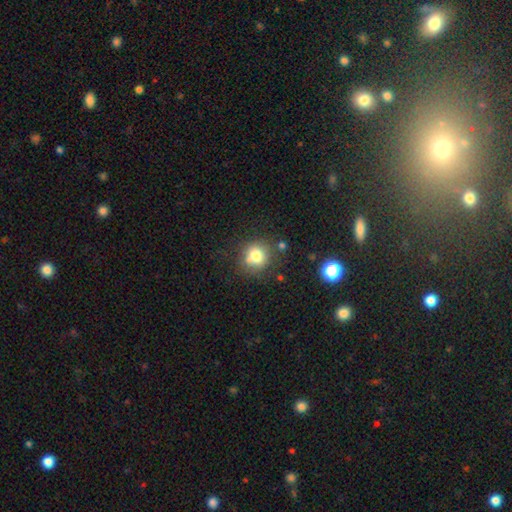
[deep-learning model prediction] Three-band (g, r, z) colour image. It shows a smooth galaxy with no disk features (75%) that is round (83%). Merging: none (65%).